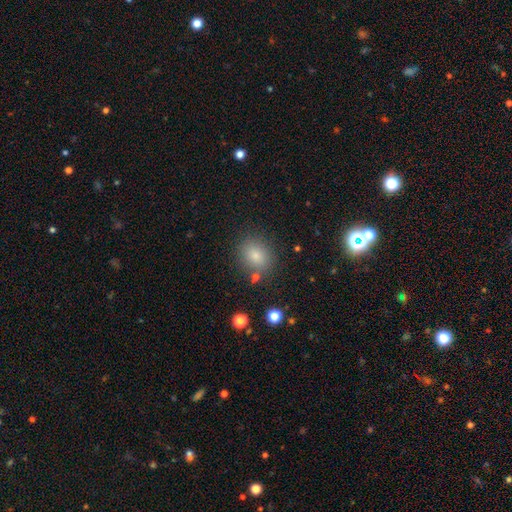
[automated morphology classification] type=smooth (80%); roundness=round (61%); merging=none (81%).